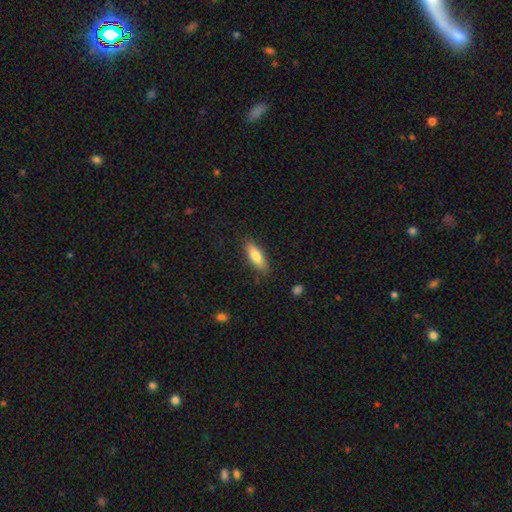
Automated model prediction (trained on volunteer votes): Morphology: type=smooth (76%); roundness=in between (63%); merging=none (86%).